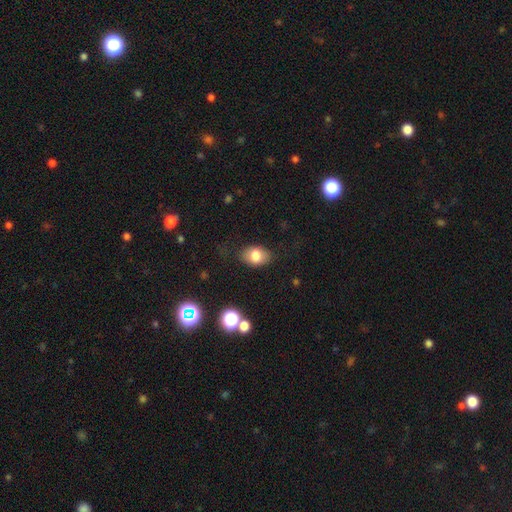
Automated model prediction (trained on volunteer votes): smooth_or_featured: smooth (p=0.77) [alt: featured or disk p=0.13]
how_rounded: in between (p=0.79) [alt: round p=0.20]
merging: none (p=0.79) [alt: minor disturbance p=0.14]